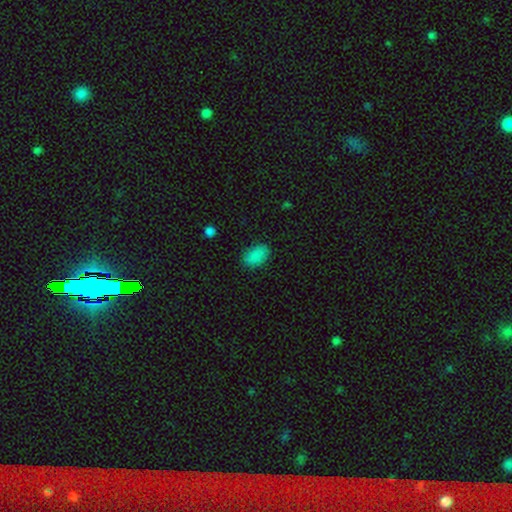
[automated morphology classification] The model was most divided on "merging": none: 84%, minor disturbance: 12%, major disturbance: 3%, merger: 1%. More confident: how rounded — in between (91%); smooth or featured — smooth (87%).